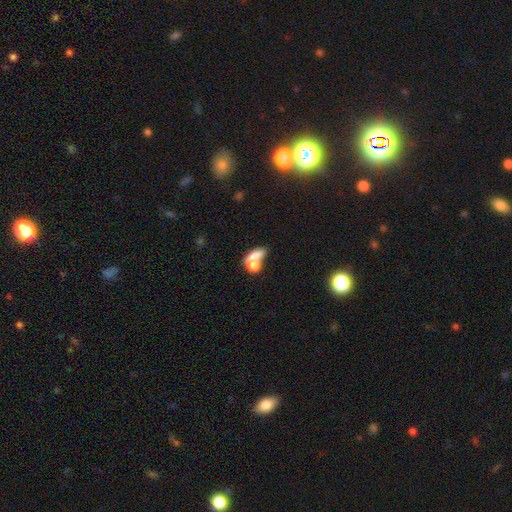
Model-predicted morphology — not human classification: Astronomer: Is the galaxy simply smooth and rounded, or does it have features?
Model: smooth — 71%.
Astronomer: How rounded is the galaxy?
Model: in between — 64%.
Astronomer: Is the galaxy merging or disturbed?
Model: merger — 61%.